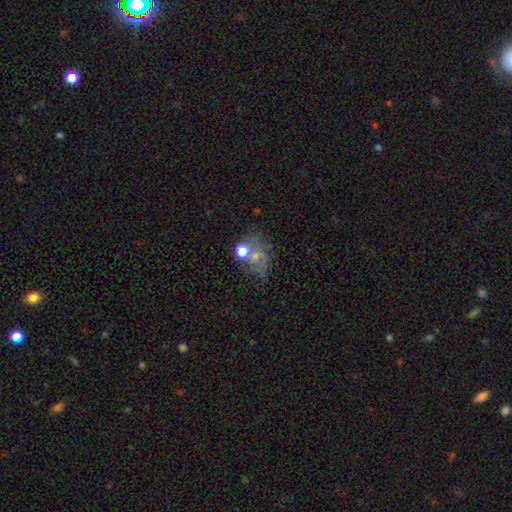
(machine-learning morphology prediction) Smooth or featured: smooth — 40% (featured or disk — 38%)
Merging: none — 37% (major disturbance — 23%)